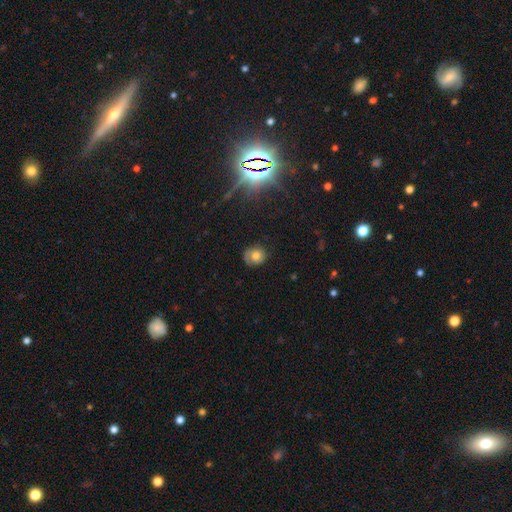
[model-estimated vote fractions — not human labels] Overall: smooth (62%; featured or disk 26%). How rounded: round (75%). Merging: none (70%).